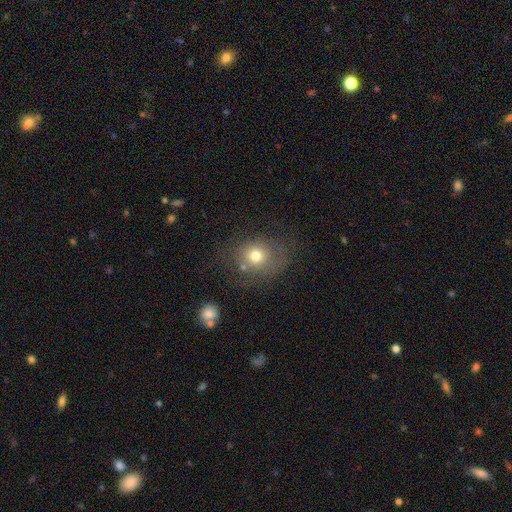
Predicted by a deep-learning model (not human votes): Smooth or featured?
  - smooth: 70% *
  - featured or disk: 17%
  - star or artifact: 13%
How rounded?
  - round: 68% *
  - in between: 31%
  - cigar-shaped: 1%
Merging?
  - none: 62% *
  - minor disturbance: 20%
  - major disturbance: 12%
  - merger: 7%